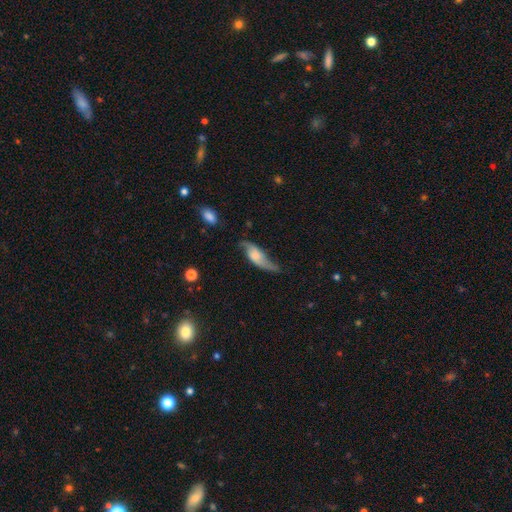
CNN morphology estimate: Overall: featured or disk (62%; smooth 31%). Edge-on disk: no (80%). Merging: none (51%; minor disturbance 30%).